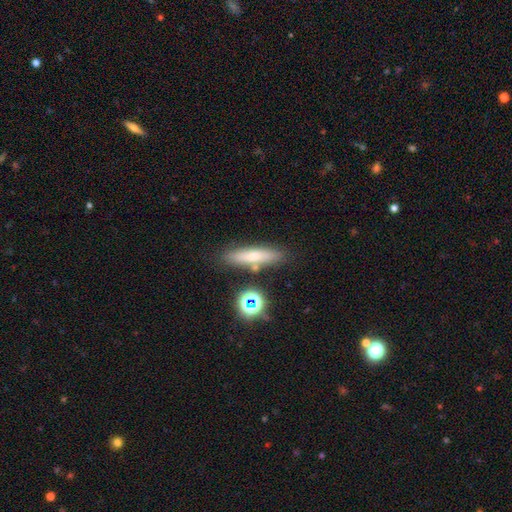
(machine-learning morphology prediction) Q: Smooth or featured?
A: smooth (65%); runner-up: featured or disk (23%)
Q: How rounded?
A: cigar-shaped (75%); runner-up: in between (20%)
Q: Merging?
A: none (77%); runner-up: minor disturbance (11%)